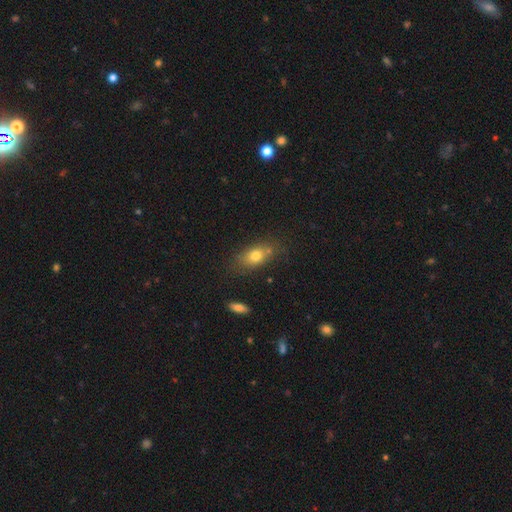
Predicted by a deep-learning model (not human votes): Smooth or featured? smooth (74%)
How rounded? in between (77%)
Merging? none (70%)